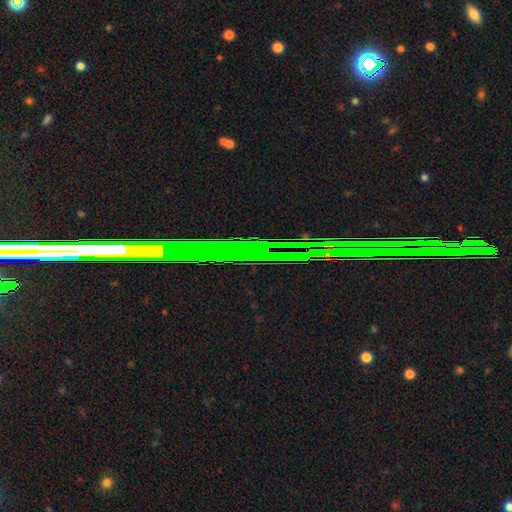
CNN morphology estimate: This appears to be a star or artifact, not a galaxy (71%).